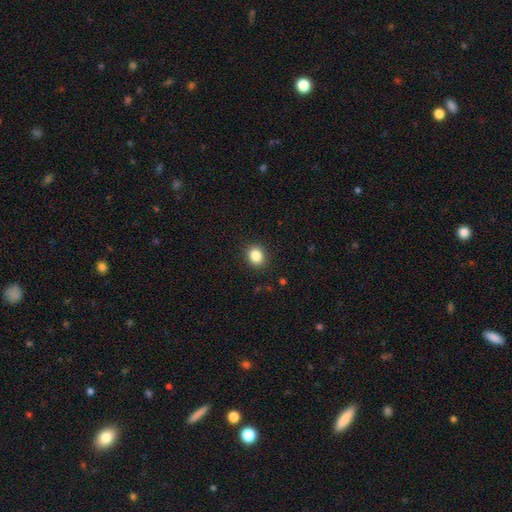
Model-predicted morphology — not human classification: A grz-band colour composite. It shows a smooth galaxy with no disk features (85%) that is round (67%). Merging: none (90%).